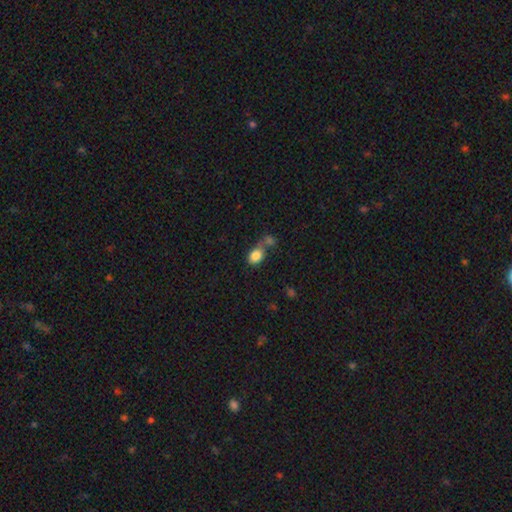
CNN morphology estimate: Smooth or featured? smooth (84%)
How rounded? in between (65%)
Merging? merger (44%)